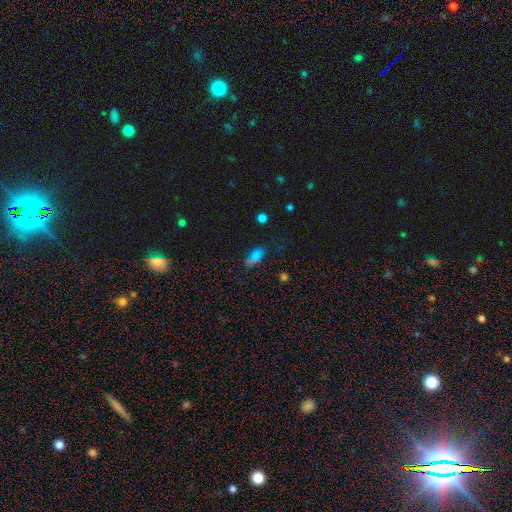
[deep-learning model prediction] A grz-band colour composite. It shows a smooth galaxy with no disk features (64%) that is in between round and cigar-shaped (78%). Merging: none (65%).